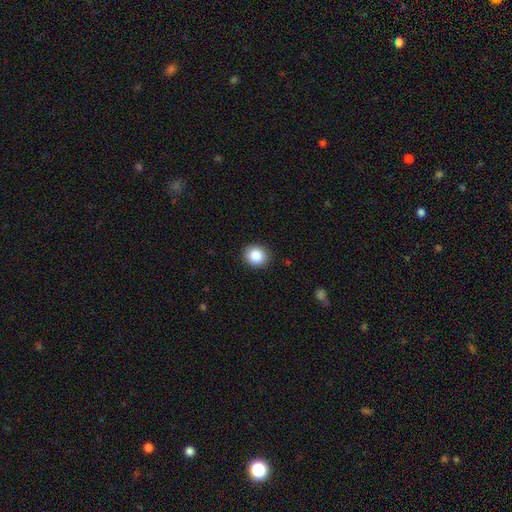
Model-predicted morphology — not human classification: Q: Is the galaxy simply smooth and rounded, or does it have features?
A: smooth — 87%.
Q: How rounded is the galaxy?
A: round — 79%.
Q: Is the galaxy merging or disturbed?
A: none — 91%.